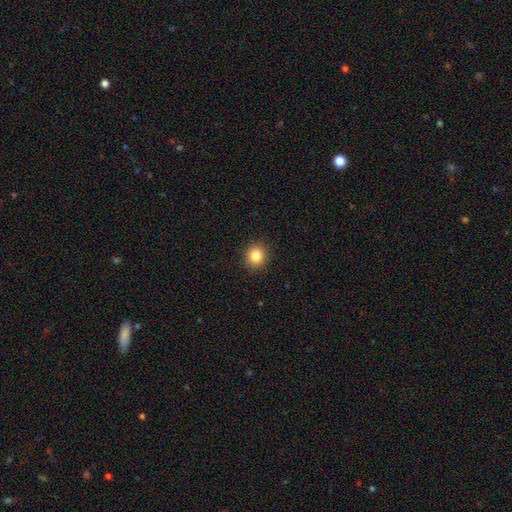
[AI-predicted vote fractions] This appears to be a smooth galaxy with no disk features (84%) that is round (88%). Merging: none (91%).